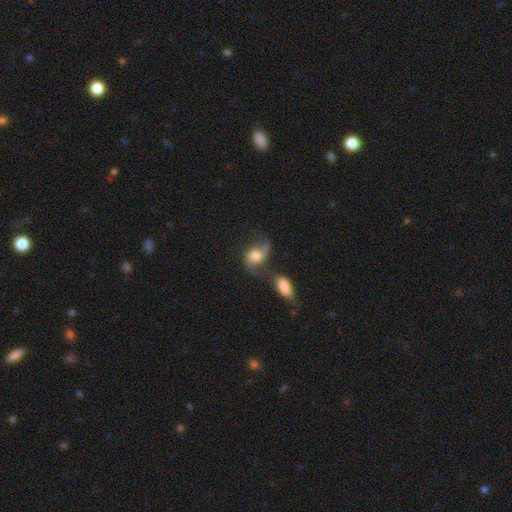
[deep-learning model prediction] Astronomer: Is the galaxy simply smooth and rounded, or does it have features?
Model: featured or disk — 54% (runner-up: smooth, 37%).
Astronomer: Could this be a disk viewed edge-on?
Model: no — 96%.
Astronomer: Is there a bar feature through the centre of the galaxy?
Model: no — 70%.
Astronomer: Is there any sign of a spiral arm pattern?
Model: yes — 87%.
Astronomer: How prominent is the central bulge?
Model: moderate — 50% (runner-up: large, 30%).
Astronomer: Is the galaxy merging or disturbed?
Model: merger — 34% (runner-up: none, 32%).